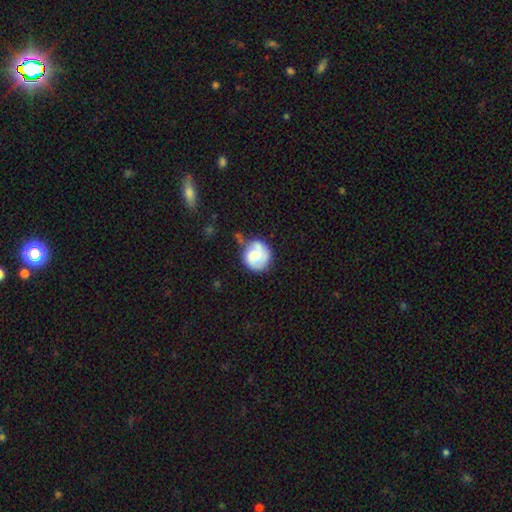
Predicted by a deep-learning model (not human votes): Morphology: type=smooth (52%); roundness=round (87%); merging=none (57%).